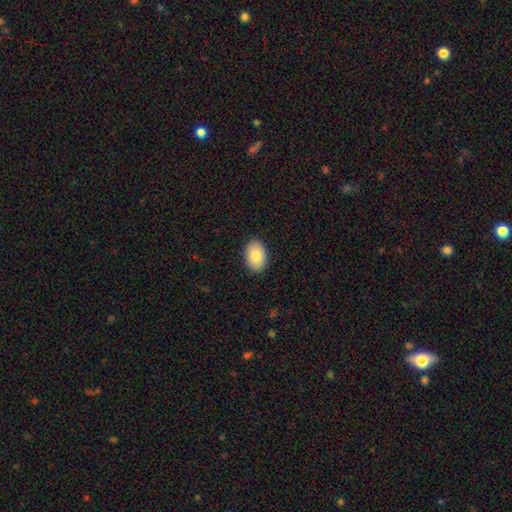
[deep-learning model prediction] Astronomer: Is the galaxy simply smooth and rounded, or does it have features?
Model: smooth — 84%.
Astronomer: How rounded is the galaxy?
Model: in between — 86%.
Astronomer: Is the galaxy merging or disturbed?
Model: none — 90%.